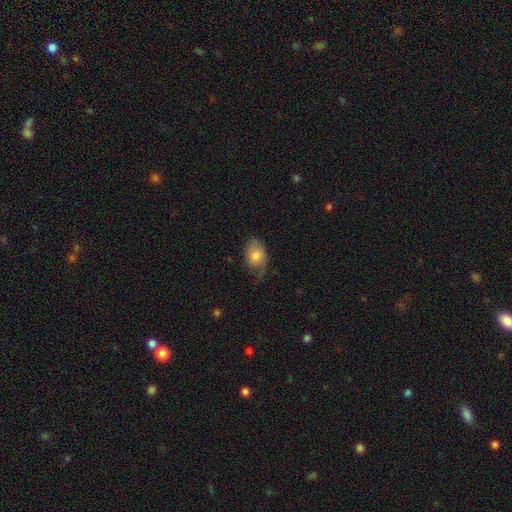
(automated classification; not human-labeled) A smooth galaxy with no disk features (77%) that is in between round and cigar-shaped (83%). Merging: none (52%).